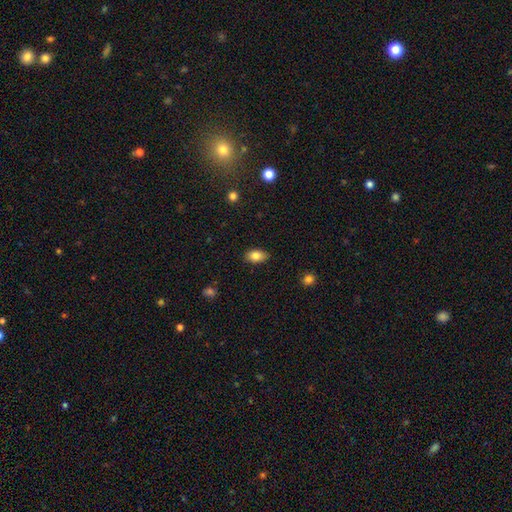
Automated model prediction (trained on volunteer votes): Q: Smooth or featured?
A: smooth (81%); runner-up: featured or disk (10%)
Q: How rounded?
A: in between (88%); runner-up: round (10%)
Q: Merging?
A: none (84%); runner-up: minor disturbance (13%)